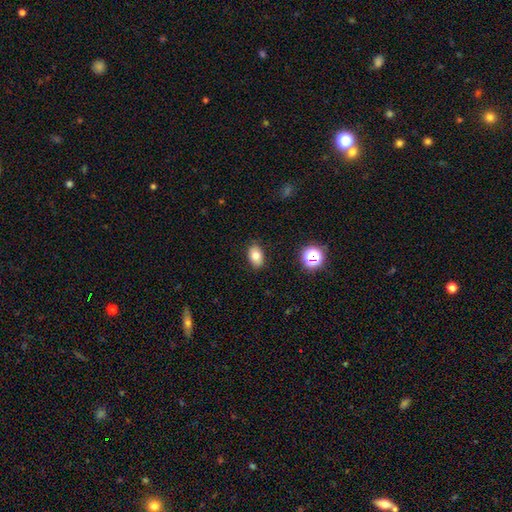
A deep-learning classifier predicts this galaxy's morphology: Overall: smooth (77%). How rounded: in between (86%). Merging: none (86%).